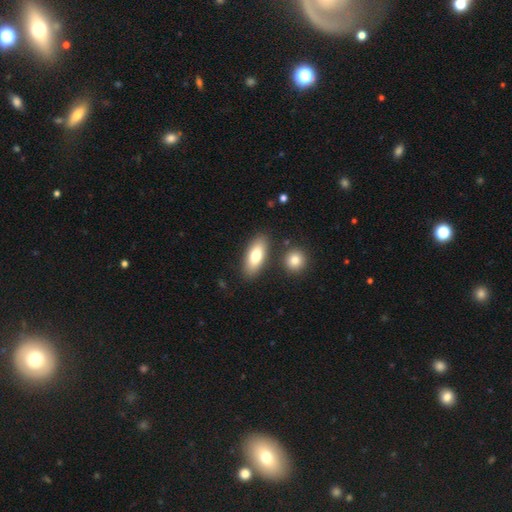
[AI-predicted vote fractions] Smooth or featured?
  - smooth: 74% *
  - featured or disk: 19%
  - star or artifact: 7%
How rounded?
  - in between: 80% *
  - cigar-shaped: 17%
  - round: 3%
Merging?
  - none: 82% *
  - minor disturbance: 9%
  - merger: 7%
  - major disturbance: 3%